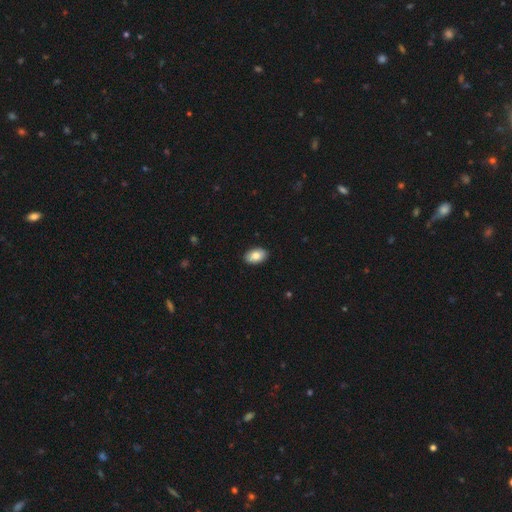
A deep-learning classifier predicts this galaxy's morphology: type=smooth (83%); roundness=in between (92%); merging=none (91%).